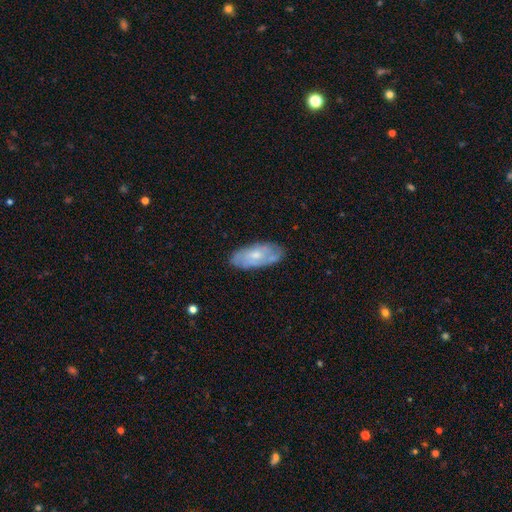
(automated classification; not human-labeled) This is possibly a featured or disk galaxy (49%). Merging: likely none (74%).